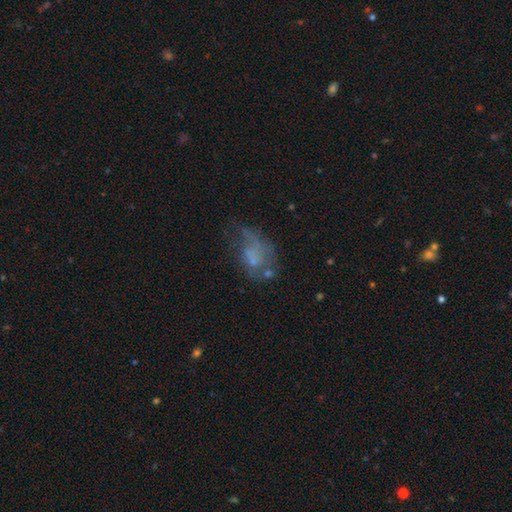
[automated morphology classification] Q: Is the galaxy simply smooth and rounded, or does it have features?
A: featured or disk — 44%.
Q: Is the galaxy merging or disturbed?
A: major disturbance — 36%.